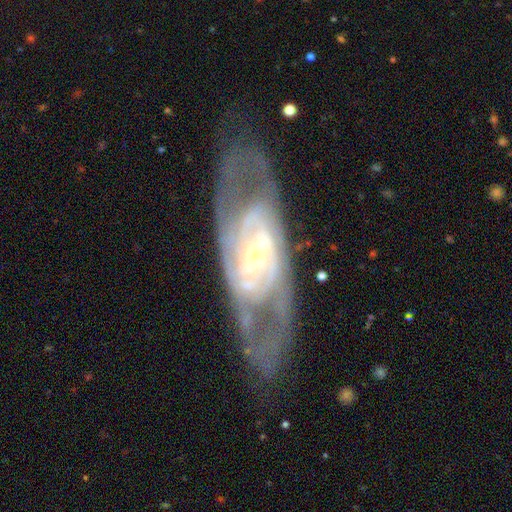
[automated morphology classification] This appears to be a featured or disk galaxy (86%) with a weak bar (38%), 2 (53%) tight (51%) spiral arms (92%) and a small central bulge (69%). Merging: none (69%).